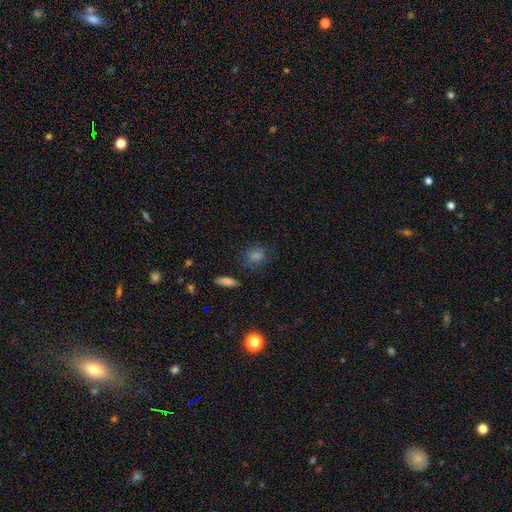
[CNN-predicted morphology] A smooth galaxy with no disk features (61%) that is round (70%). Merging: none (78%).